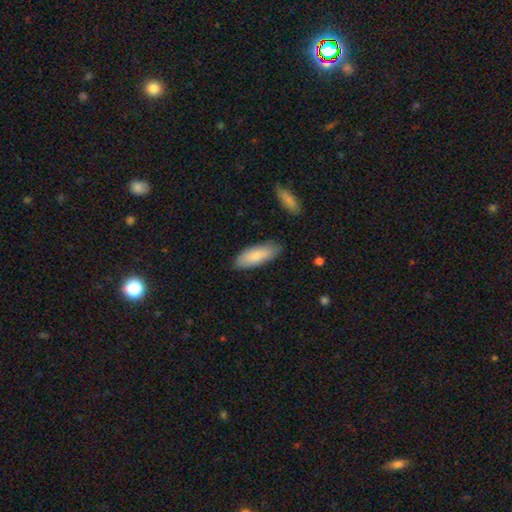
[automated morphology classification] smooth-or-featured: smooth: 83% | featured or disk: 12% | star or artifact: 6%
  how-rounded: in between: 75% | cigar-shaped: 24% | round: 2%
  merging: none: 82% | minor disturbance: 13% | major disturbance: 3% | merger: 2%